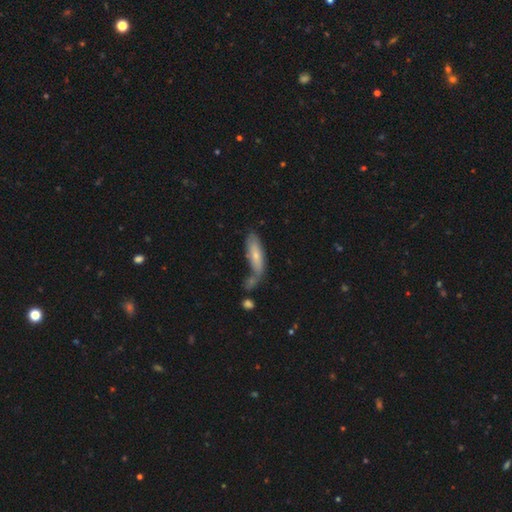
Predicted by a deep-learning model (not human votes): Overall: smooth (67%; featured or disk 27%). How rounded: cigar-shaped (54%; in between 44%). Merging: none (44%; merger 27%).